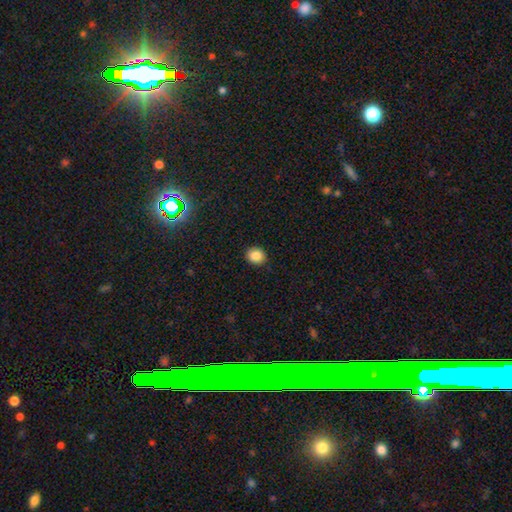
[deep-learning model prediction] smooth 87%, star or artifact 10%, featured or disk 4%. Down the decision tree: how rounded — round (74%); merging — none (90%).